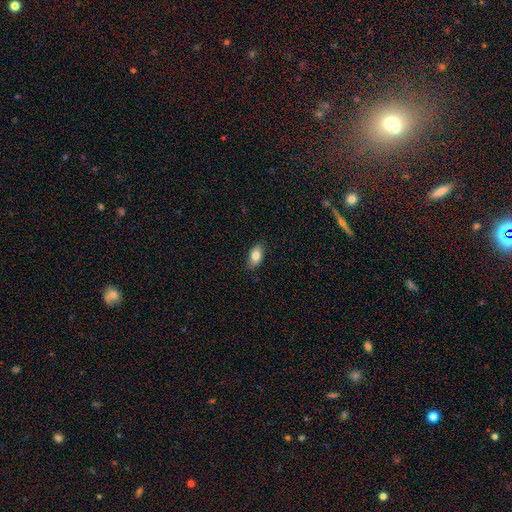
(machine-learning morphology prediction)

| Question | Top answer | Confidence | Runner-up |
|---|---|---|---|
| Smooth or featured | smooth | 83% | featured or disk (10%) |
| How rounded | in between | 91% | round (6%) |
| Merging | none | 85% | minor disturbance (12%) |